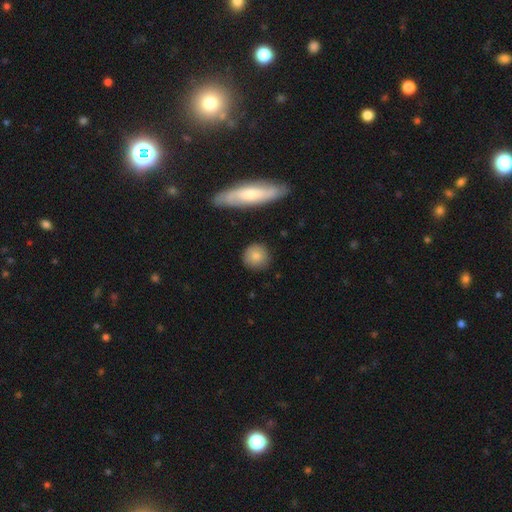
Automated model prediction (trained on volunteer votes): smooth_or_featured: smooth (p=0.80) [alt: featured or disk p=0.12]
how_rounded: round (p=0.89) [alt: in between p=0.09]
merging: none (p=0.86) [alt: minor disturbance p=0.09]